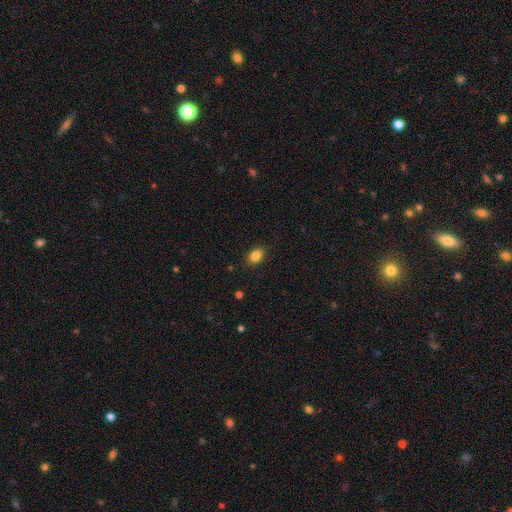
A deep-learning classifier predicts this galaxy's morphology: Smooth or featured: smooth — 84% (star or artifact — 9%)
How rounded: in between — 78% (round — 21%)
Merging: none — 86% (minor disturbance — 11%)